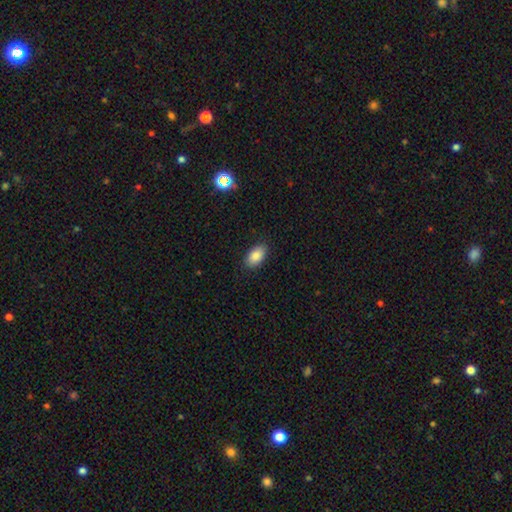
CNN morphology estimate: type=smooth (87%); roundness=in between (93%); merging=none (87%).